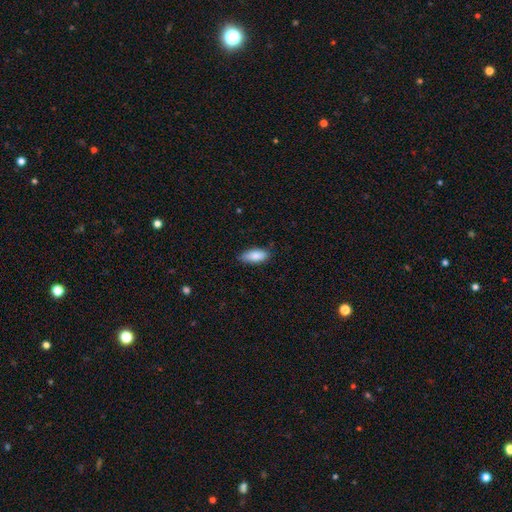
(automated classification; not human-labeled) smooth_or_featured: smooth (p=0.86) [alt: featured or disk p=0.08]
how_rounded: in between (p=0.81) [alt: cigar-shaped p=0.17]
merging: none (p=0.79) [alt: minor disturbance p=0.17]